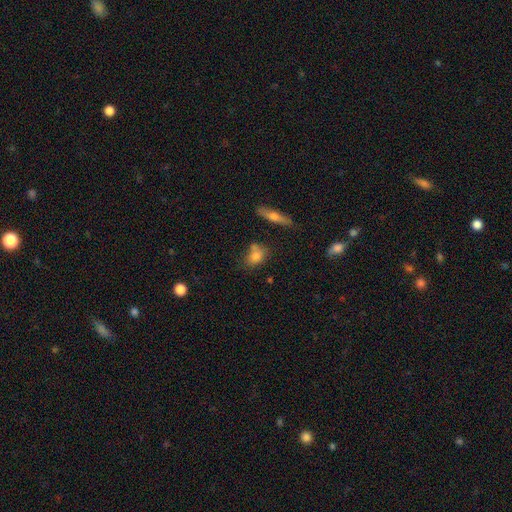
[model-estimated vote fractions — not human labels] A smooth galaxy with no disk features (76%) that is in between round and cigar-shaped (59%).

Vote fractions:
- Smooth or featured? smooth: 76% / featured or disk: 14% / star or artifact: 10%
- How rounded? in between: 59% / round: 36% / cigar-shaped: 5%
- Merging? none: 60% / minor disturbance: 19% / merger: 16% / major disturbance: 5%